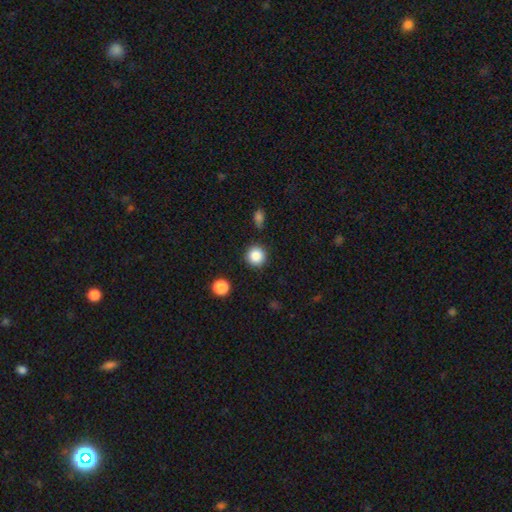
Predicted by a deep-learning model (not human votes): Overall: smooth (86%). How rounded: round (94%). Merging: none (89%).